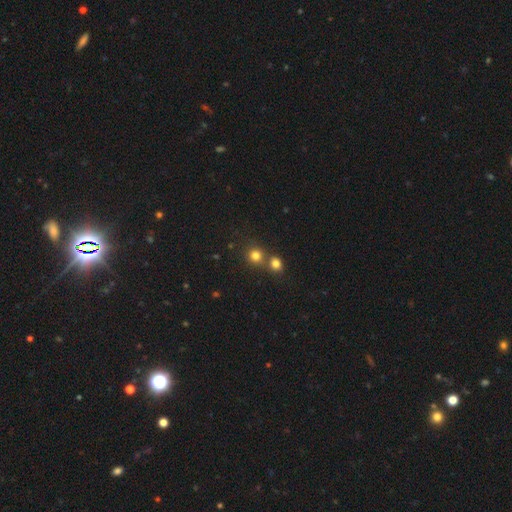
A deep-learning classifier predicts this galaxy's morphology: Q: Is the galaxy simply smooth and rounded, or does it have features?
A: smooth — 78%.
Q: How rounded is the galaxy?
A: round — 88%.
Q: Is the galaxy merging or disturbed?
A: none — 58%.